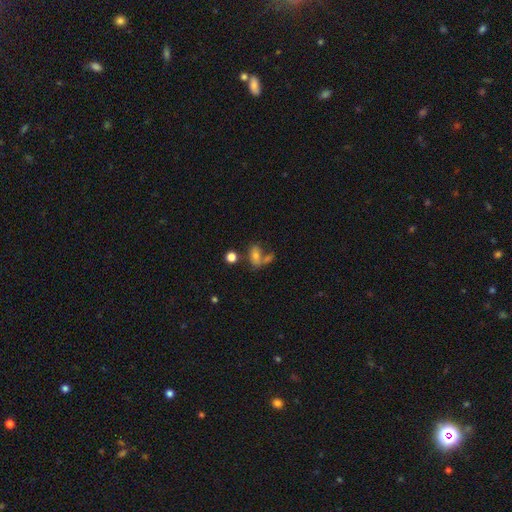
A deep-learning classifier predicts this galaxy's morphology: smooth_or_featured: smooth (p=0.65) [alt: featured or disk p=0.21]
how_rounded: in between (p=0.79) [alt: round p=0.16]
merging: merger (p=0.38) [alt: none p=0.35]